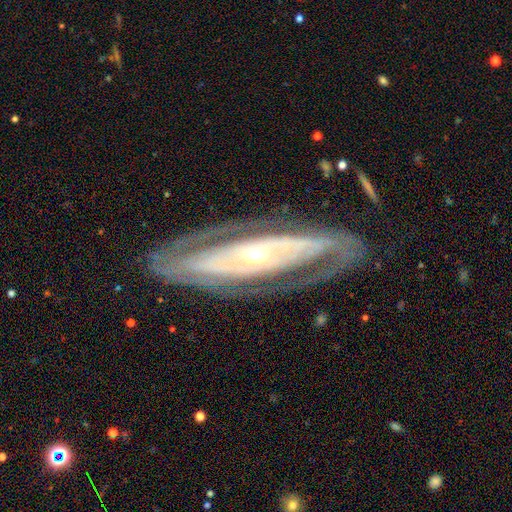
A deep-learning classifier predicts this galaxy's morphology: A featured or disk galaxy (86%) with no bar (60%), 2 (55%) tight (61%) spiral arms (83%) and a small central bulge (69%). Merging: none (79%).